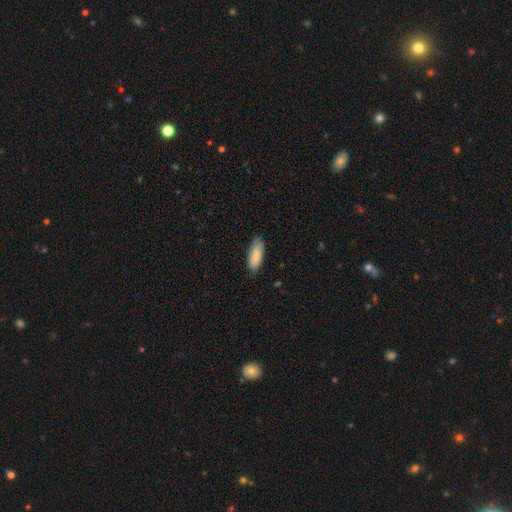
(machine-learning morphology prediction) smooth_or_featured: smooth (p=0.84) [alt: featured or disk p=0.11]
how_rounded: in between (p=0.76) [alt: cigar-shaped p=0.22]
merging: none (p=0.79) [alt: minor disturbance p=0.17]